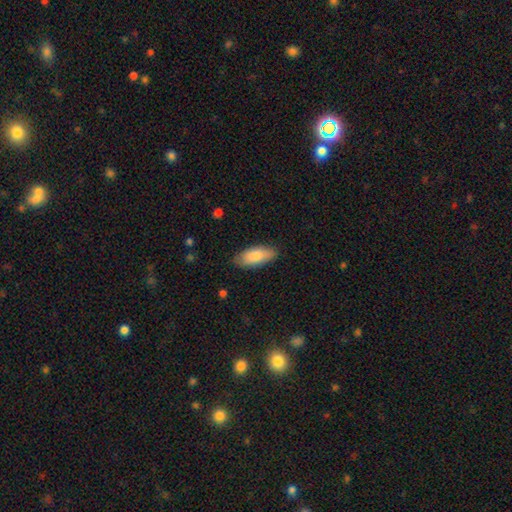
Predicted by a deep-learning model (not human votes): Smooth or featured: smooth — 84% (featured or disk — 11%)
How rounded: in between — 85% (cigar-shaped — 13%)
Merging: none — 83% (minor disturbance — 14%)